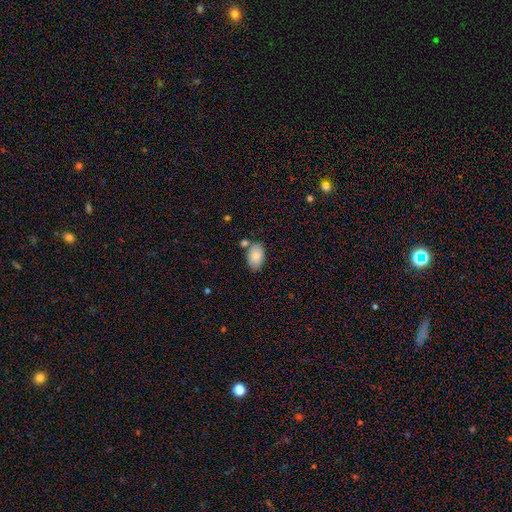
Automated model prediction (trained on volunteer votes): Overall: smooth (81%). How rounded: in between (91%). Merging: none (71%).